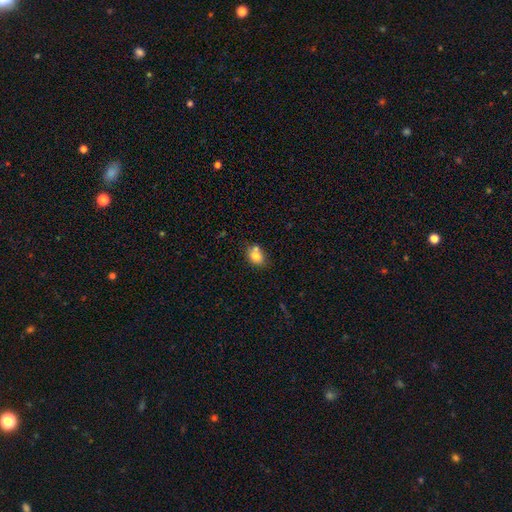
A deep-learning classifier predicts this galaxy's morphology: Q: Smooth or featured?
A: smooth (79%); runner-up: featured or disk (11%)
Q: How rounded?
A: in between (60%); runner-up: round (39%)
Q: Merging?
A: none (56%); runner-up: merger (25%)